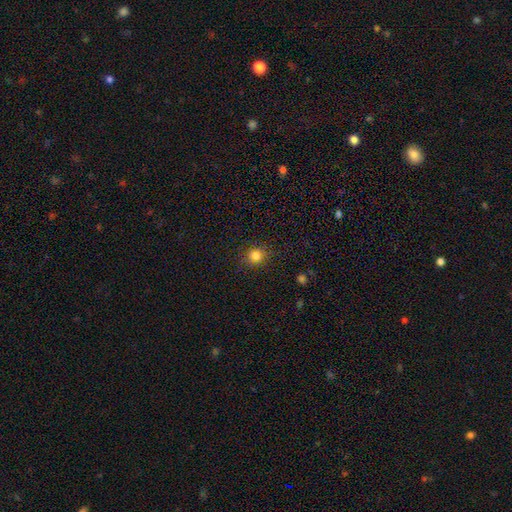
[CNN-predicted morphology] Overall: smooth (81%). How rounded: round (91%). Merging: none (89%).